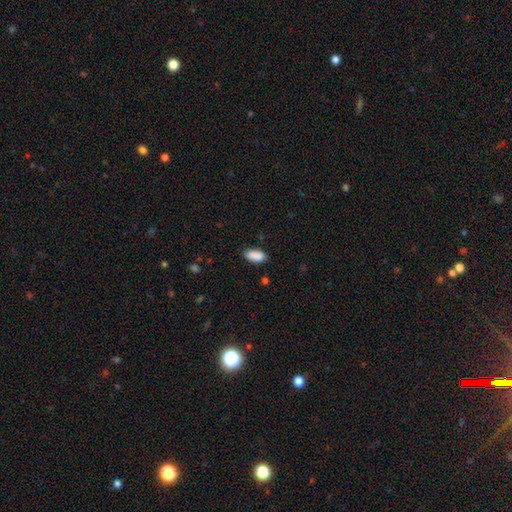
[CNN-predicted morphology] A smooth galaxy with no disk features (89%) that is in between round and cigar-shaped (92%). Merging: none (78%).